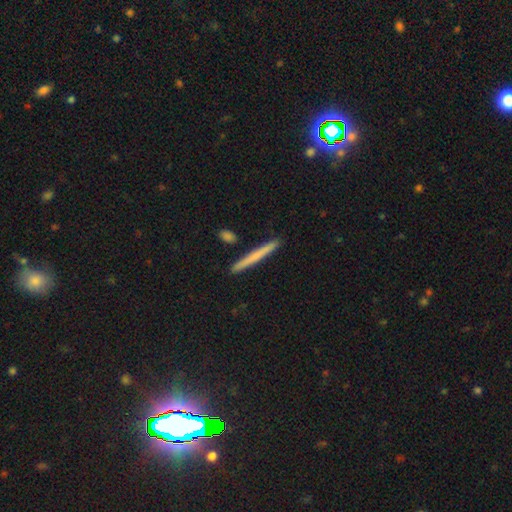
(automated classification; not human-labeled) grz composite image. It shows a smooth galaxy with no disk features (62%) that is cigar-shaped (97%). Merging: none (90%).